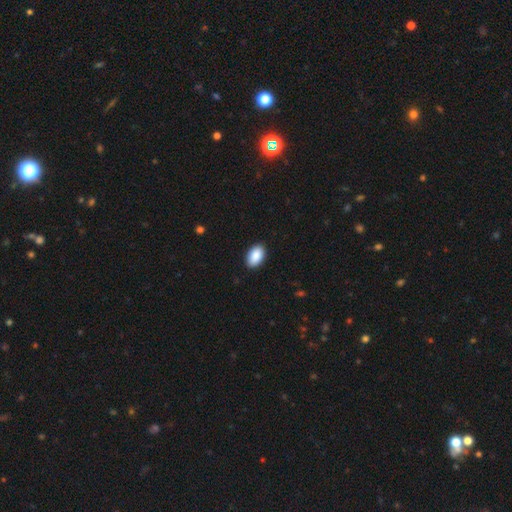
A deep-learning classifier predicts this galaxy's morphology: Smooth or featured? smooth (90%)
How rounded? in between (94%)
Merging? none (90%)